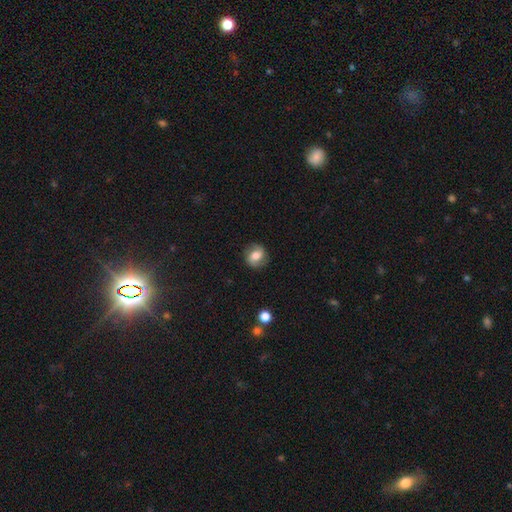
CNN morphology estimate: A smooth galaxy with no disk features (57%) that is round (74%). Merging: none (83%).